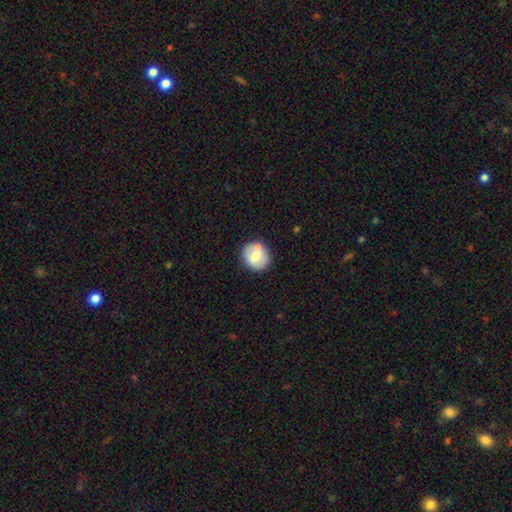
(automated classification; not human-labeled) A smooth galaxy with no disk features (66%) that is round (83%). Merging: none (72%).